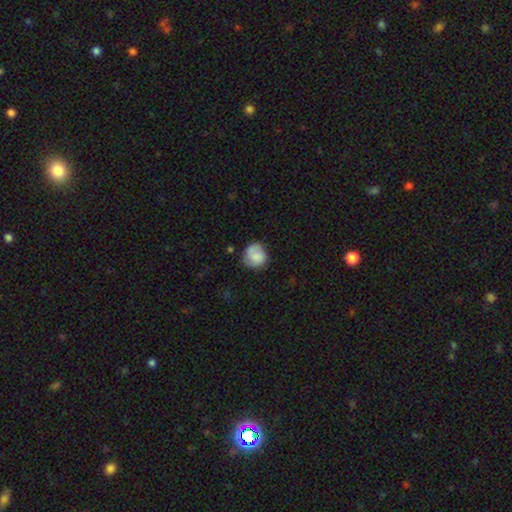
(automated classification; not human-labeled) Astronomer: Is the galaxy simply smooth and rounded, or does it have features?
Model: smooth — 70%.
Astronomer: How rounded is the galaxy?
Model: round — 80%.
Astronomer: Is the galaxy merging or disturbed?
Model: none — 55%.